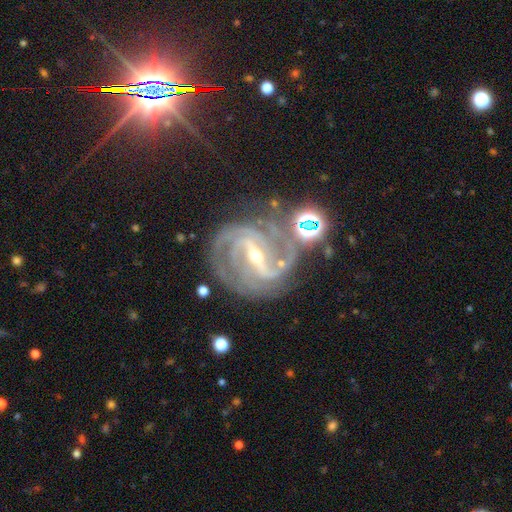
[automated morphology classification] The model was most divided on "spiral arm count": 2: 33%, 3: 28%, 4: 14%, can't tell: 13%, more than 4: 7%, 1: 6%. More confident: spiral arms — yes (98%); edge-on disk — no (97%); smooth or featured — featured or disk (90%); merging — none (69%); bar — strong (68%); bulge size — small (60%); spiral winding — tight (56%).